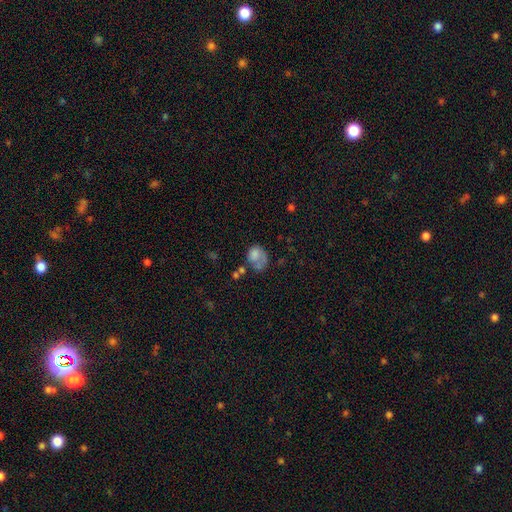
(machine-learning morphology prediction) A smooth galaxy with no disk features (62%) that is in between round and cigar-shaped (54%). Merging: major disturbance (36%).